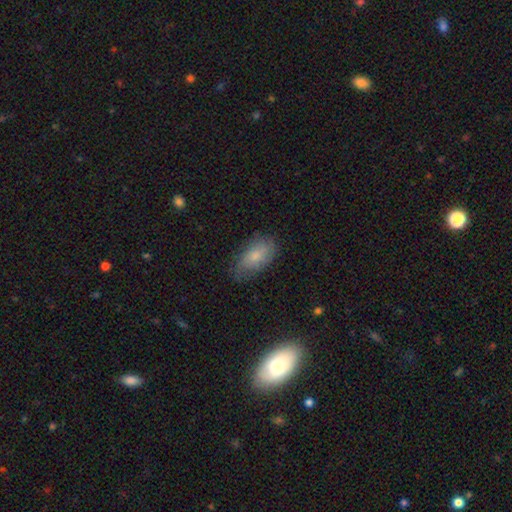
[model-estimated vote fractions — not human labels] Smooth or featured: smooth — 71% (featured or disk — 21%)
How rounded: in between — 92% (round — 4%)
Merging: none — 66% (minor disturbance — 26%)